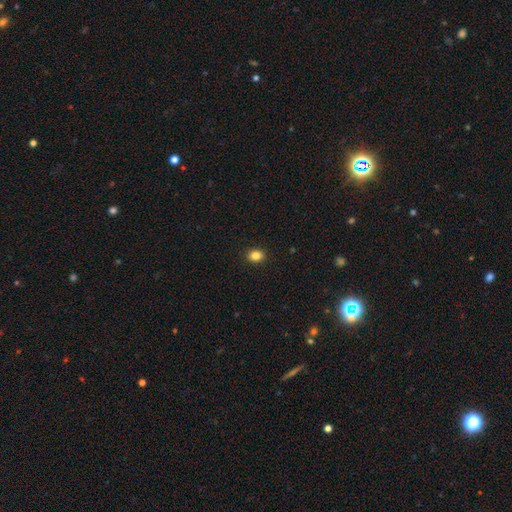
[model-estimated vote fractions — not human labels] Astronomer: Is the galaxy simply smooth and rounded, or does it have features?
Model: smooth — 85%.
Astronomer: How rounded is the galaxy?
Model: in between — 50% (runner-up: round, 49%).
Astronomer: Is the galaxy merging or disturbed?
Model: none — 92%.